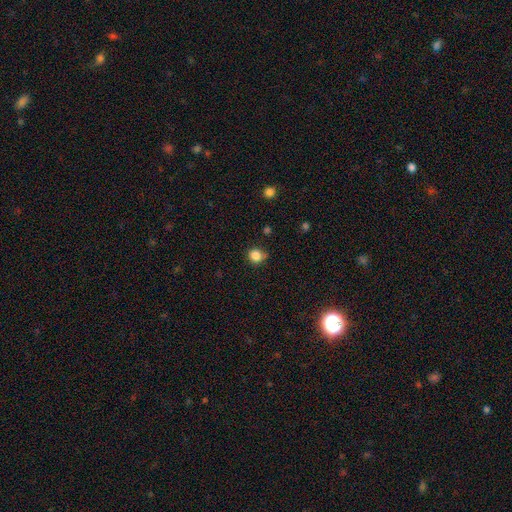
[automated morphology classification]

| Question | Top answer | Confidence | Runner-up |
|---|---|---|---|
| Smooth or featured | smooth | 84% | star or artifact (12%) |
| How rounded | round | 85% | in between (14%) |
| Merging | none | 72% | minor disturbance (19%) |